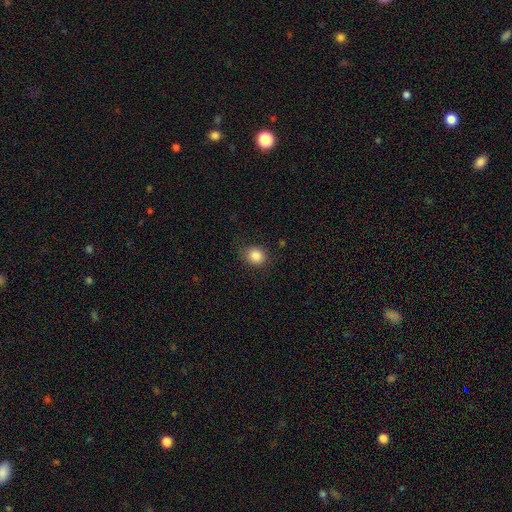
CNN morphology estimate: This is clearly a smooth galaxy (85%). How rounded: likely round (77%). Merging: clearly none (83%).